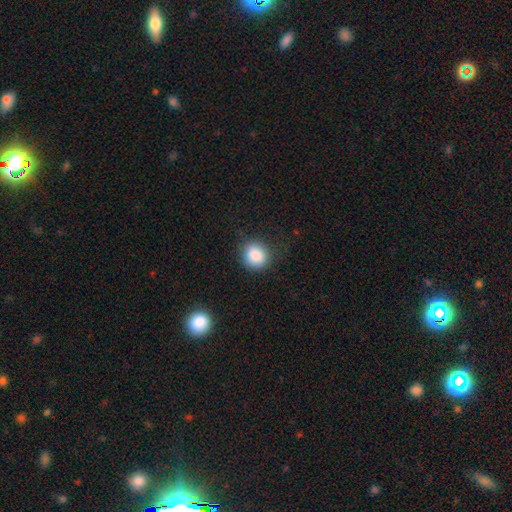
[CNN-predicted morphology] Smooth or featured: smooth — 87% (star or artifact — 9%)
How rounded: round — 81% (in between — 18%)
Merging: none — 82% (minor disturbance — 12%)